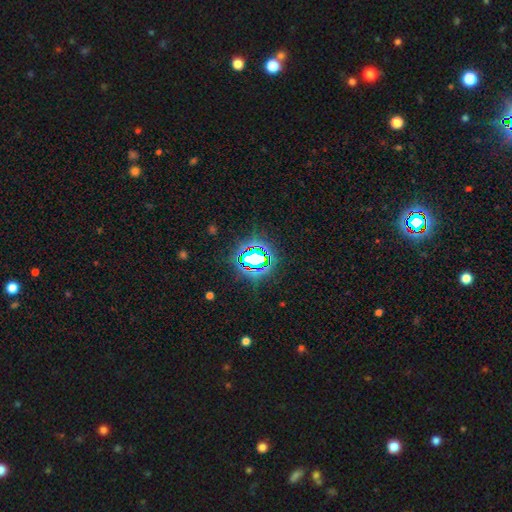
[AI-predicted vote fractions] star or artifact 72%, smooth 17%, featured or disk 12%.